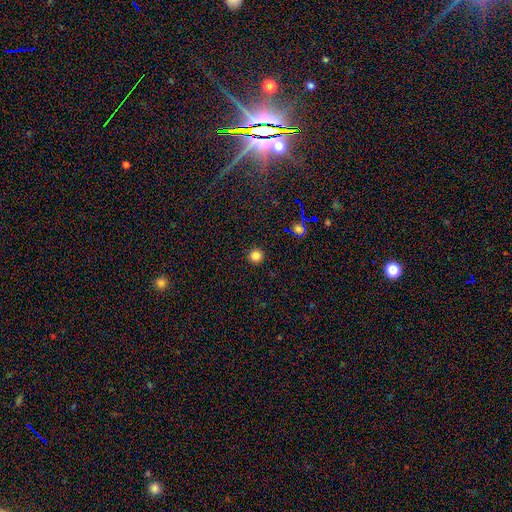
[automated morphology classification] A smooth galaxy with no disk features (81%) that is round (96%).

Vote fractions:
- Smooth or featured? smooth: 81% / star or artifact: 15% / featured or disk: 4%
- How rounded? round: 96% / in between: 4% / cigar-shaped: 1%
- Merging? none: 93% / minor disturbance: 4% / major disturbance: 2% / merger: 1%